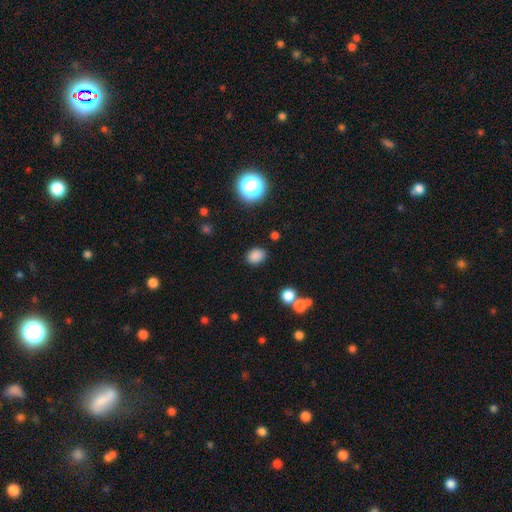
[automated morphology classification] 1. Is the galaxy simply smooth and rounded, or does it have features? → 83% smooth, 12% star or artifact, 4% featured or disk.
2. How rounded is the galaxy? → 64% in between, 35% round, 1% cigar-shaped.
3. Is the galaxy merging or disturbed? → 84% none, 11% minor disturbance, 3% major disturbance, 2% merger.